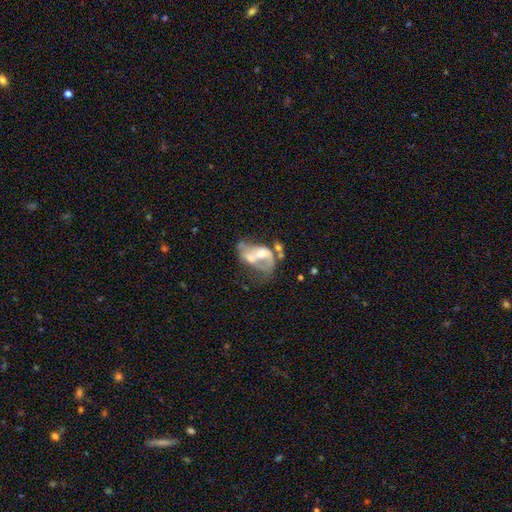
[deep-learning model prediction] Overall: featured or disk (68%). Edge-on disk: no (96%). Bar: no (61%; weak 27%). Spiral arms: no (51%; yes 49%). Bulge size: moderate (52%; small 26%). Merging: merger (42%; major disturbance 26%).